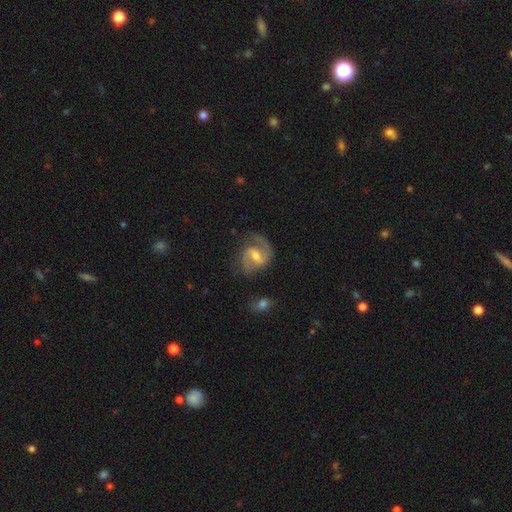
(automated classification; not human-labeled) Smooth or featured? Predicted: featured or disk (p=0.85). Edge-on disk? Predicted: no (p=0.98). Bar? Predicted: weak (p=0.57). Spiral arms? Predicted: yes (p=0.95). Spiral winding? Predicted: medium (p=0.54). Spiral arm count? Predicted: 2 (p=0.83). Bulge size? Predicted: moderate (p=0.60). Merging? Predicted: none (p=0.67).